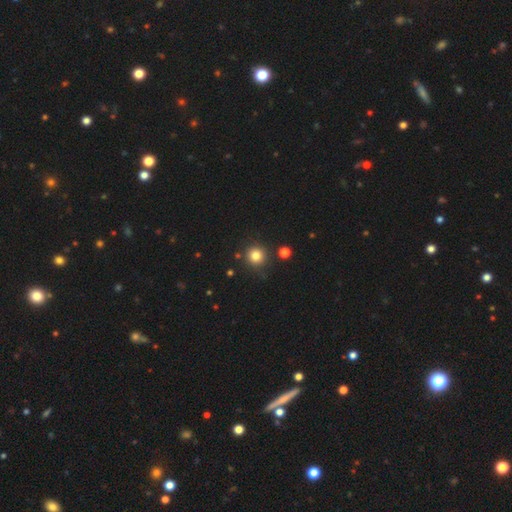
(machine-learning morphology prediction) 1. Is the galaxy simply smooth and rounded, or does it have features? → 82% smooth, 12% star or artifact, 6% featured or disk.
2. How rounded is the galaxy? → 94% round, 5% in between, 1% cigar-shaped.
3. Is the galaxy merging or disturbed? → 86% none, 8% minor disturbance, 4% merger, 2% major disturbance.